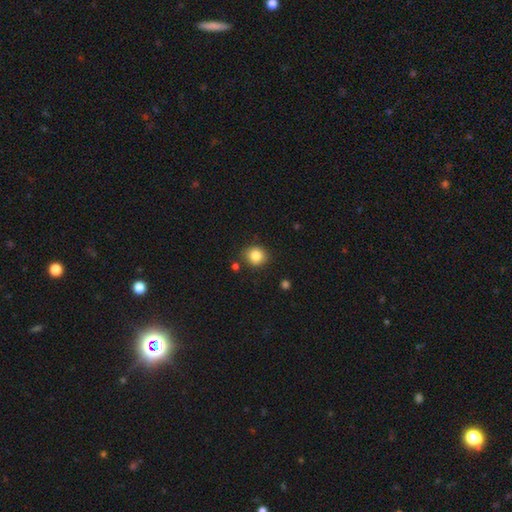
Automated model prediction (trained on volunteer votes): smooth-or-featured: smooth: 84% | star or artifact: 10% | featured or disk: 6%
  how-rounded: round: 86% | in between: 13% | cigar-shaped: 1%
  merging: none: 84% | minor disturbance: 10% | merger: 4% | major disturbance: 2%